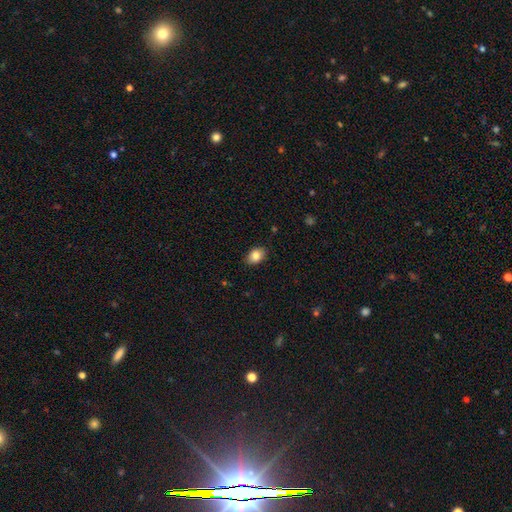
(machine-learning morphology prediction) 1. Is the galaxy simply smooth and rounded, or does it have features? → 85% smooth, 8% star or artifact, 7% featured or disk.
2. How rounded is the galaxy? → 79% in between, 20% round, 1% cigar-shaped.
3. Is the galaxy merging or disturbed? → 87% none, 10% minor disturbance, 2% major disturbance, 1% merger.